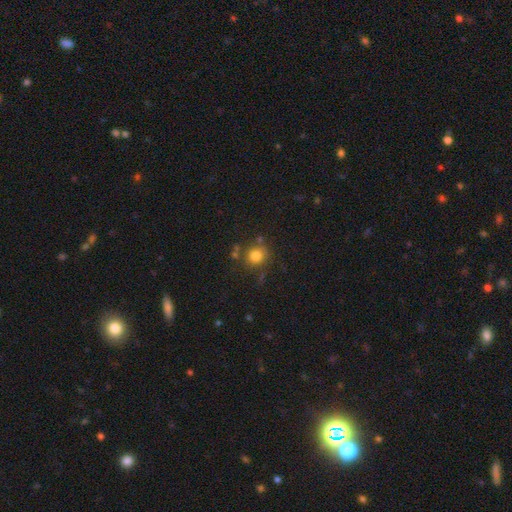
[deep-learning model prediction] This appears to be a smooth galaxy with no disk features (80%) that is round (87%). Merging: none (74%).